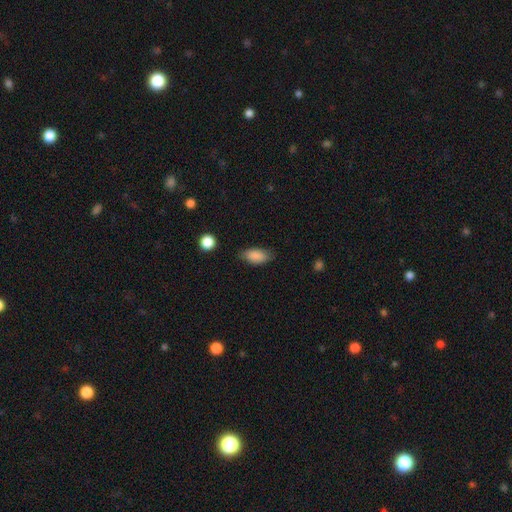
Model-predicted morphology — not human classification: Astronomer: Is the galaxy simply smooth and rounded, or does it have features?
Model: smooth — 86%.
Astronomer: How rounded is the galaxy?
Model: in between — 90%.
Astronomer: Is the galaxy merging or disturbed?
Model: none — 75%.